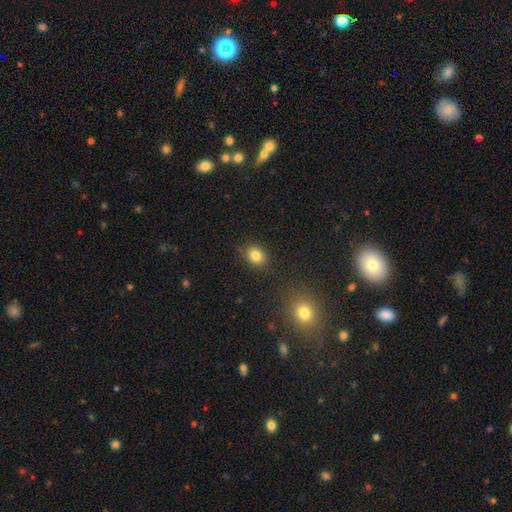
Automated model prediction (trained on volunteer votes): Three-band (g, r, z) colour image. It shows a smooth galaxy with no disk features (82%) that is round (53%). Merging: none (84%).